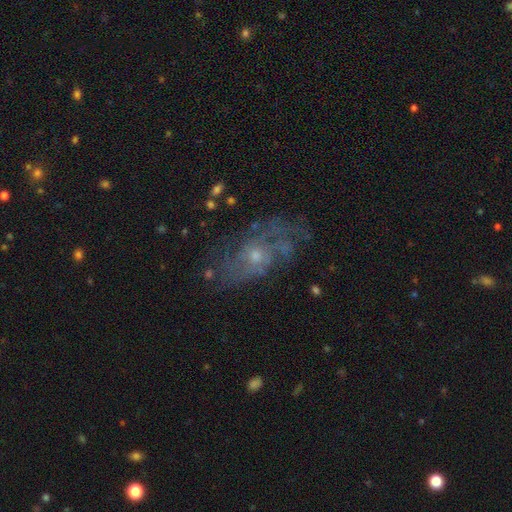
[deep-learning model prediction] Smooth or featured: featured or disk — 62% (star or artifact — 19%)
Edge-on disk: no — 91% (yes — 9%)
Bar: no — 77% (weak — 19%)
Spiral arms: yes — 76% (no — 24%)
Bulge size: small — 58% (moderate — 35%)
Merging: none — 72% (minor disturbance — 16%)